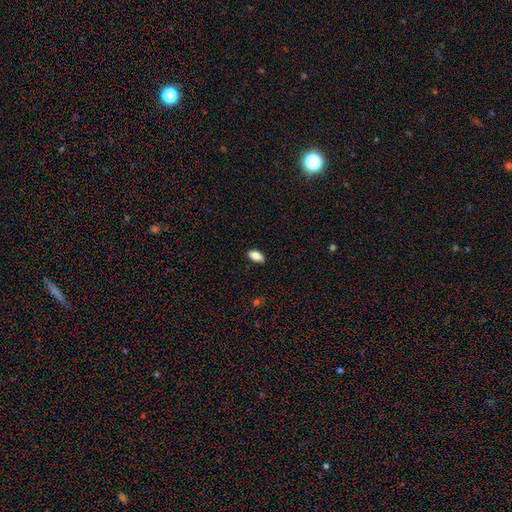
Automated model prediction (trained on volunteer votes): This is clearly a smooth galaxy (83%). How rounded: clearly in between (89%). Merging: clearly none (84%).